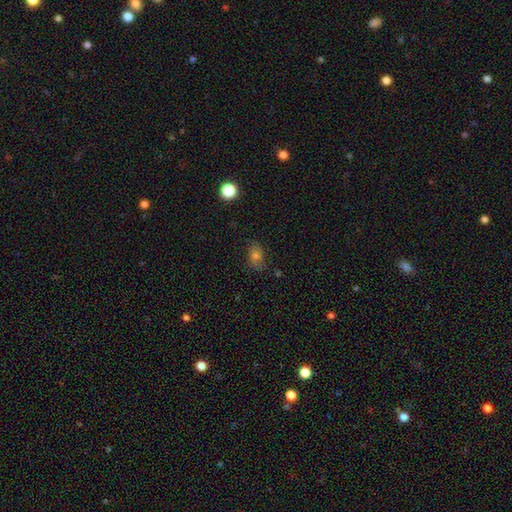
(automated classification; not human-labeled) Q: Smooth or featured?
A: smooth (64%); runner-up: featured or disk (20%)
Q: How rounded?
A: in between (72%); runner-up: round (26%)
Q: Merging?
A: none (75%); runner-up: minor disturbance (19%)